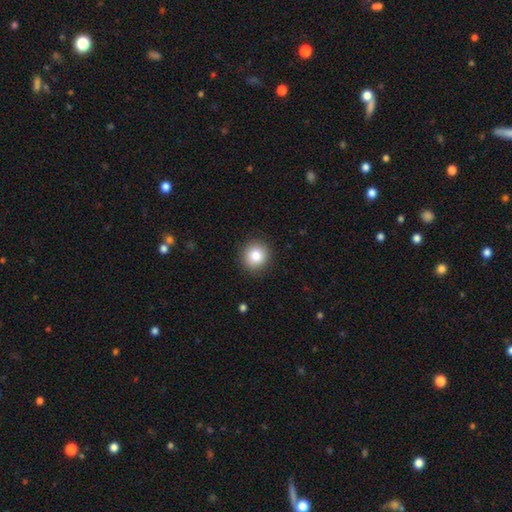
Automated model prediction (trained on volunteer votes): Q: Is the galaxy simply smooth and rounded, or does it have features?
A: smooth — 84%.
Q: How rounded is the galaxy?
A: round — 89%.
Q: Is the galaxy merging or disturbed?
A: none — 90%.